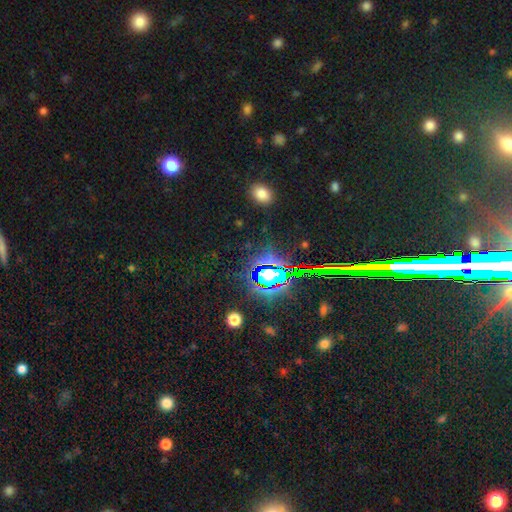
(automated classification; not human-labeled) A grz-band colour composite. It shows a star or artifact, not a galaxy (78%).